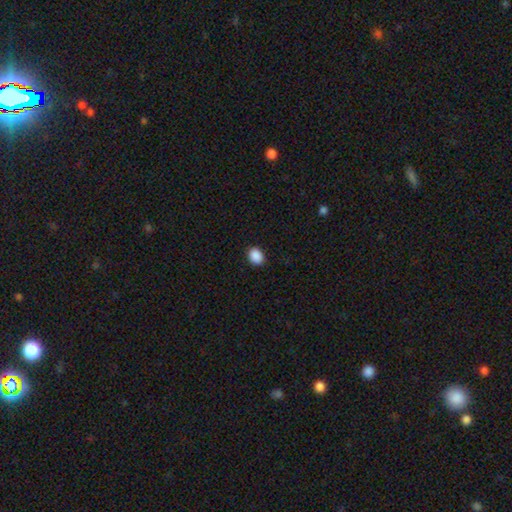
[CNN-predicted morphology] A smooth galaxy with no disk features (90%) that is in between round and cigar-shaped (58%).

Vote fractions:
- Smooth or featured? smooth: 90% / star or artifact: 8% / featured or disk: 2%
- How rounded? in between: 58% / round: 41% / cigar-shaped: 1%
- Merging? none: 90% / minor disturbance: 7% / major disturbance: 2% / merger: 1%